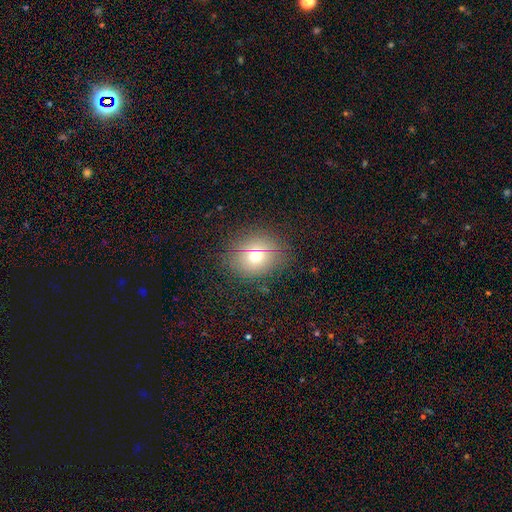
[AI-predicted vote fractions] Q: Smooth or featured?
A: smooth (68%); runner-up: star or artifact (17%)
Q: How rounded?
A: round (69%); runner-up: in between (30%)
Q: Merging?
A: none (83%); runner-up: minor disturbance (11%)